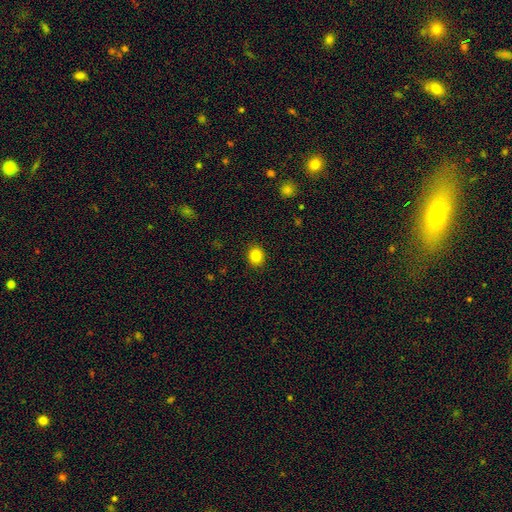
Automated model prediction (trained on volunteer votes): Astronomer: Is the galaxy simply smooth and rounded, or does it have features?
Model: smooth — 84%.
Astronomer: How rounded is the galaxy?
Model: round — 72%.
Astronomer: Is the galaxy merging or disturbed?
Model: none — 91%.